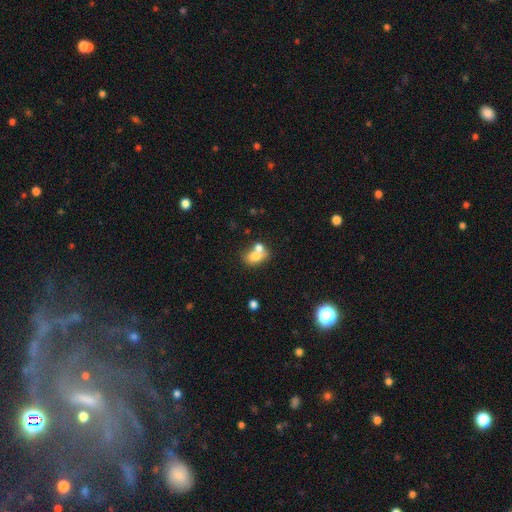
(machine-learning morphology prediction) This appears to be a smooth galaxy with no disk features (72%) that is in between round and cigar-shaped (68%). Merging: merger (51%).